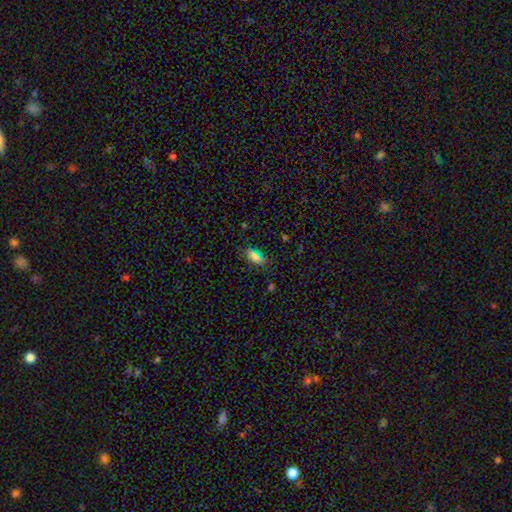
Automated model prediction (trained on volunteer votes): smooth 71%, star or artifact 16%, featured or disk 12%. Down the decision tree: how rounded — in between (86%); merging — none (79%).